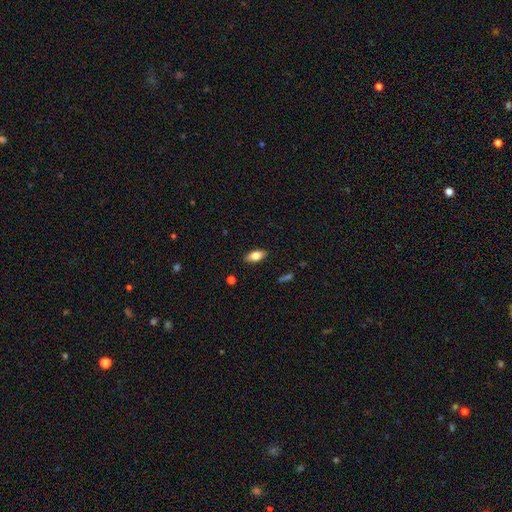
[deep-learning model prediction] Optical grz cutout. It shows a smooth galaxy with no disk features (74%) that is in between round and cigar-shaped (86%). Merging: none (88%).